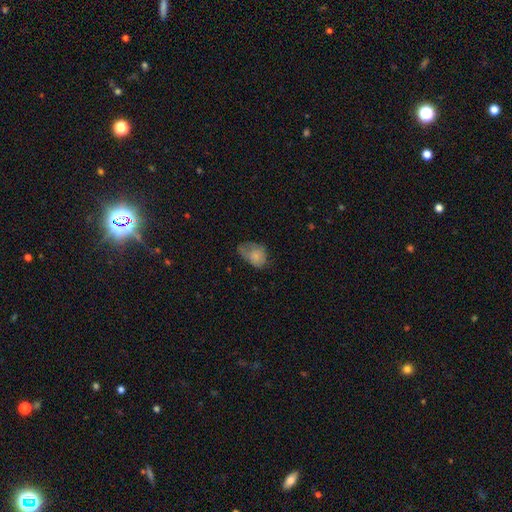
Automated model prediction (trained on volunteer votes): smooth-or-featured: smooth: 74% | featured or disk: 17% | star or artifact: 9%
  how-rounded: in between: 76% | round: 23% | cigar-shaped: 1%
  merging: minor disturbance: 38% | major disturbance: 31% | none: 29% | merger: 3%